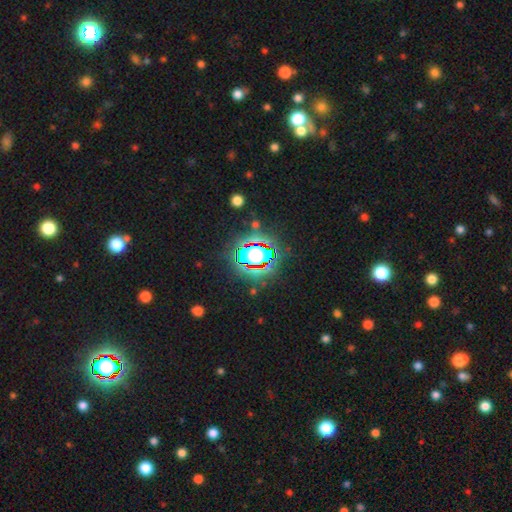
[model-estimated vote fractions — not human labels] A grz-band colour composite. It shows a star or artifact, not a galaxy (65%).